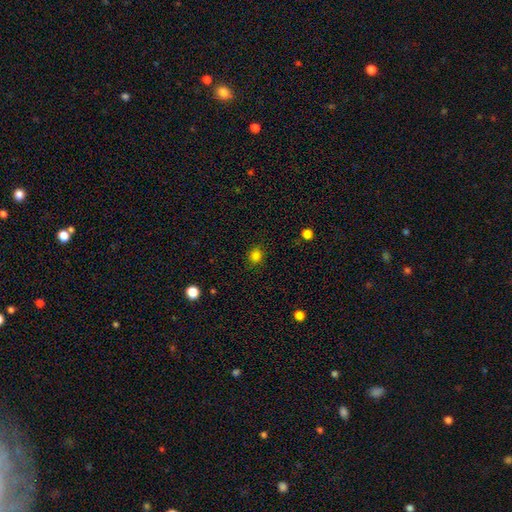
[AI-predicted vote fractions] Smooth or featured?
  - smooth: 82% *
  - star or artifact: 14%
  - featured or disk: 3%
How rounded?
  - round: 82% *
  - in between: 17%
  - cigar-shaped: 1%
Merging?
  - none: 87% *
  - minor disturbance: 9%
  - major disturbance: 3%
  - merger: 1%